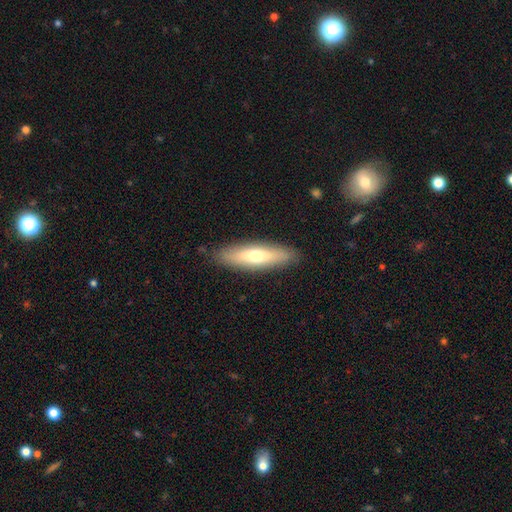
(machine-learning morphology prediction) This appears to be a smooth galaxy with no disk features (55%) that is cigar-shaped (68%). Merging: none (88%).